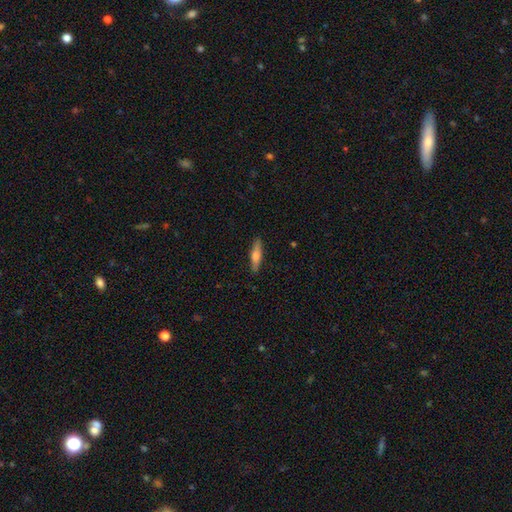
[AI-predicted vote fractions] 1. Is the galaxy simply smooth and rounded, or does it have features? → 55% smooth, 39% featured or disk, 7% star or artifact.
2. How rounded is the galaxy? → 78% cigar-shaped, 20% in between, 2% round.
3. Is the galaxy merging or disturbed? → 89% none, 9% minor disturbance, 2% major disturbance, 1% merger.